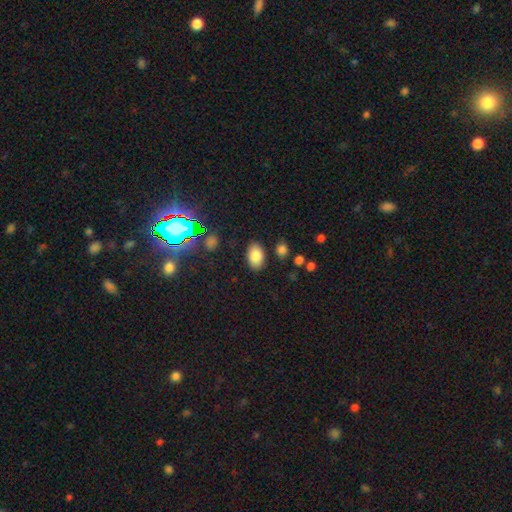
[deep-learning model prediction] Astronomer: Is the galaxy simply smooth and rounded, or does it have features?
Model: smooth — 81%.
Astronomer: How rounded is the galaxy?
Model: in between — 90%.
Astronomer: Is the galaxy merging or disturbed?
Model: none — 84%.